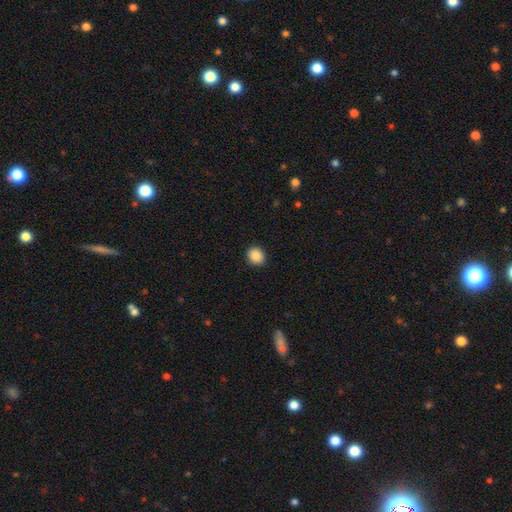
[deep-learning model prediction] Smooth or featured: smooth — 88% (star or artifact — 9%)
How rounded: round — 75% (in between — 25%)
Merging: none — 92% (minor disturbance — 5%)